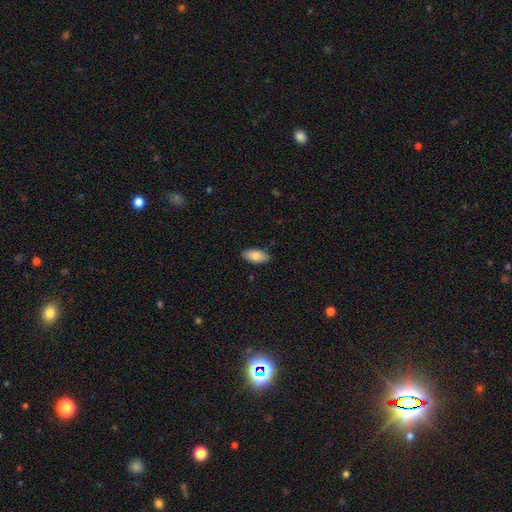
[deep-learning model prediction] smooth-or-featured: smooth: 85% | featured or disk: 9% | star or artifact: 6%
  how-rounded: in between: 92% | cigar-shaped: 6% | round: 2%
  merging: none: 88% | minor disturbance: 9% | major disturbance: 2% | merger: 1%